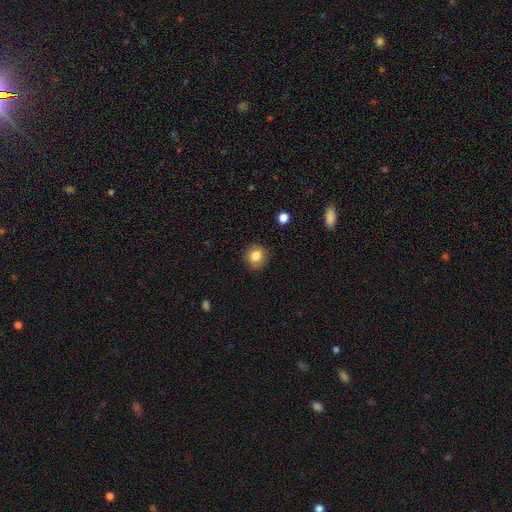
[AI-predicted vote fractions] The model was most divided on "smooth or featured": smooth: 83%, star or artifact: 10%, featured or disk: 7%. More confident: merging — none (88%); how rounded — round (86%).